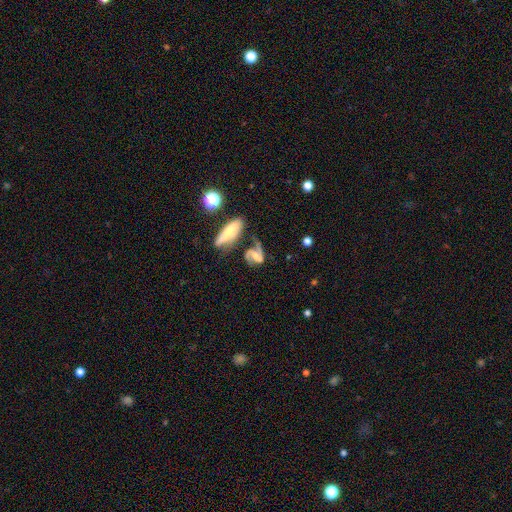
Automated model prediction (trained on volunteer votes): Smooth or featured: featured or disk — 78% (smooth — 14%)
Edge-on disk: no — 94% (yes — 6%)
Bar: weak — 40% (no — 36%)
Spiral arms: yes — 93% (no — 7%)
Spiral winding: medium — 46% (loose — 37%)
Spiral arm count: 2 — 83% (1 — 9%)
Bulge size: moderate — 41% (small — 39%)
Merging: none — 43% (merger — 23%)